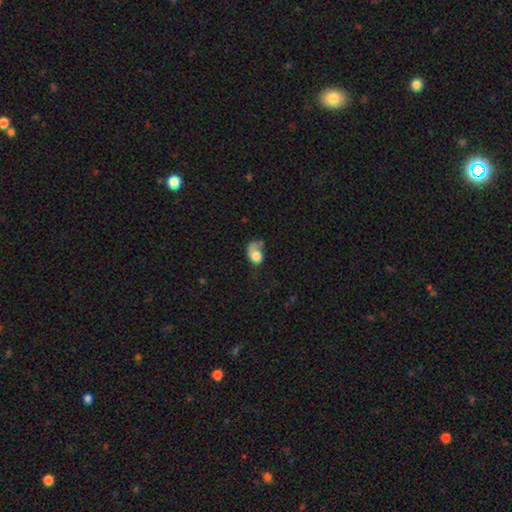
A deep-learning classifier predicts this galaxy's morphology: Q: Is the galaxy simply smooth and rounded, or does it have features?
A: smooth — 61%.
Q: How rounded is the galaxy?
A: in between — 70%.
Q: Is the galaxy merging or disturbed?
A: major disturbance — 42%.